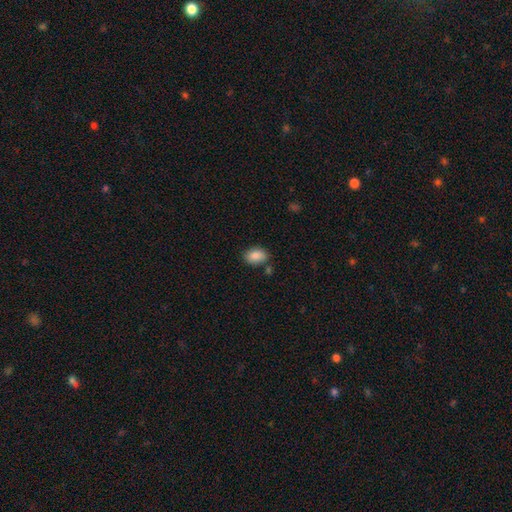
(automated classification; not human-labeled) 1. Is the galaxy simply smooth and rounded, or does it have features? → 88% smooth, 7% star or artifact, 5% featured or disk.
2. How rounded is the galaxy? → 82% in between, 17% round, 1% cigar-shaped.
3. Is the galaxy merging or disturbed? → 76% none, 15% minor disturbance, 6% merger, 3% major disturbance.